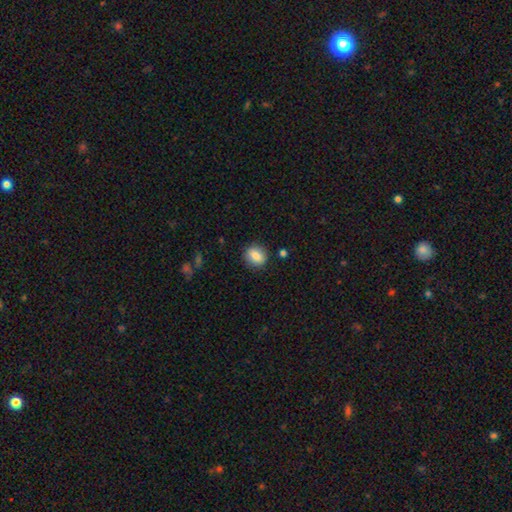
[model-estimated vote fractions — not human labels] smooth 83%, featured or disk 9%, star or artifact 8%. Down the decision tree: how rounded — round (58%); merging — none (86%).